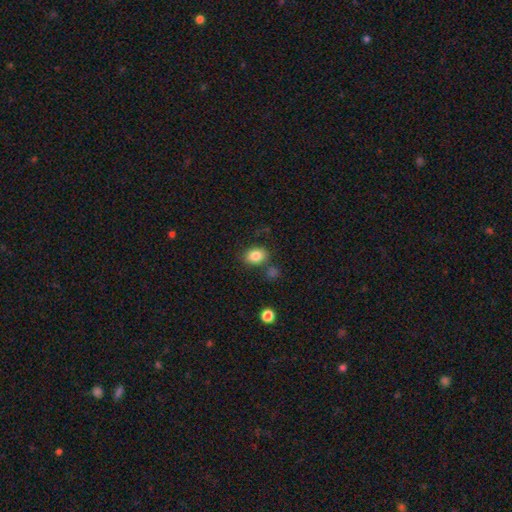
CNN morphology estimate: Overall: smooth (84%). How rounded: in between (65%; round 34%). Merging: none (74%).